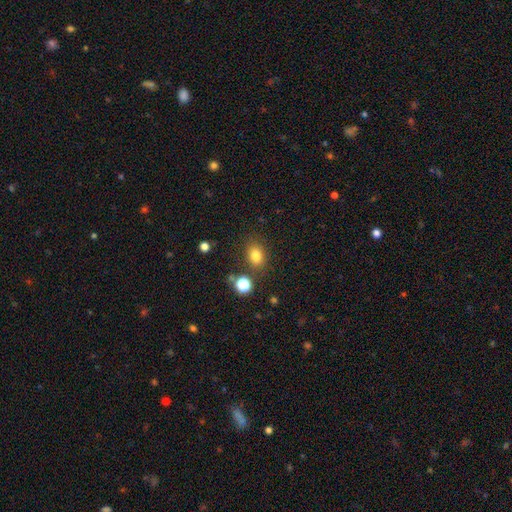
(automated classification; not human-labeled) Smooth or featured: smooth — 80% (star or artifact — 13%)
How rounded: in between — 58% (round — 41%)
Merging: none — 80% (minor disturbance — 11%)